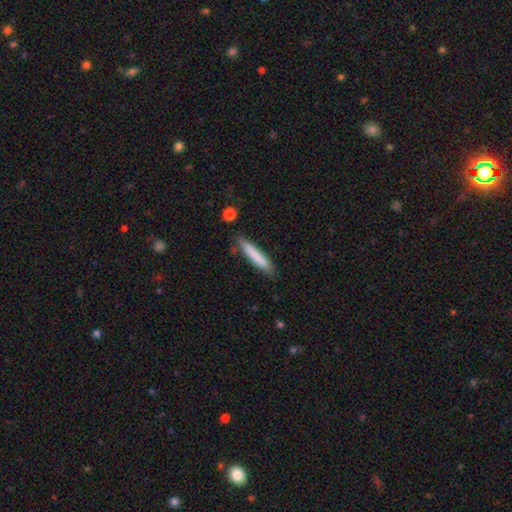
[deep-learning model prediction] Smooth or featured?
  - smooth: 79% *
  - featured or disk: 15%
  - star or artifact: 6%
How rounded?
  - cigar-shaped: 91% *
  - in between: 8%
  - round: 1%
Merging?
  - none: 81% *
  - minor disturbance: 14%
  - merger: 3%
  - major disturbance: 2%